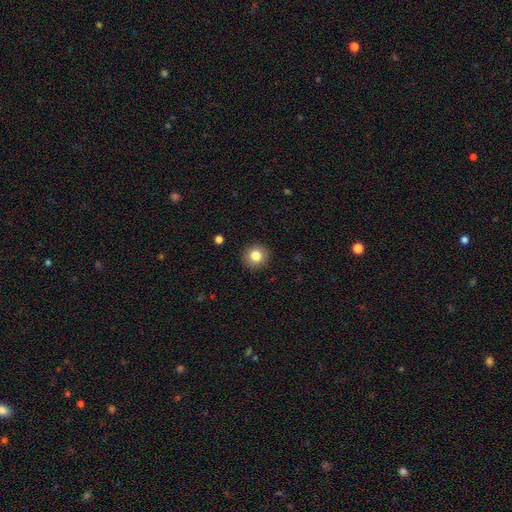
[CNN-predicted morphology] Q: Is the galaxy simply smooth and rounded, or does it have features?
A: smooth — 83%.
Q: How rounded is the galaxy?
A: round — 92%.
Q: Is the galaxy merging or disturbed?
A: none — 91%.